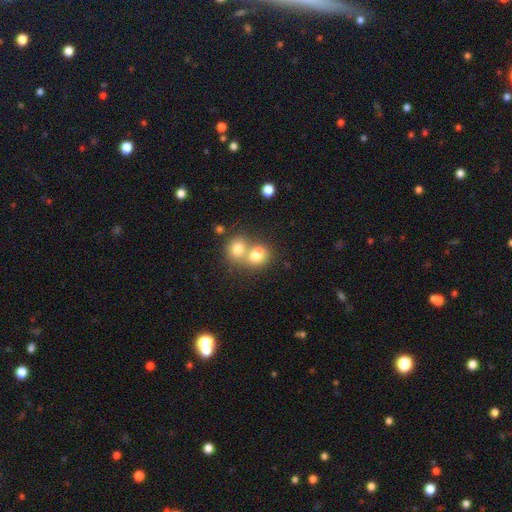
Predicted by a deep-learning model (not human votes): Smooth or featured? Predicted: smooth (p=0.76). How rounded? Predicted: round (p=0.57). Merging? Predicted: merger (p=0.64).